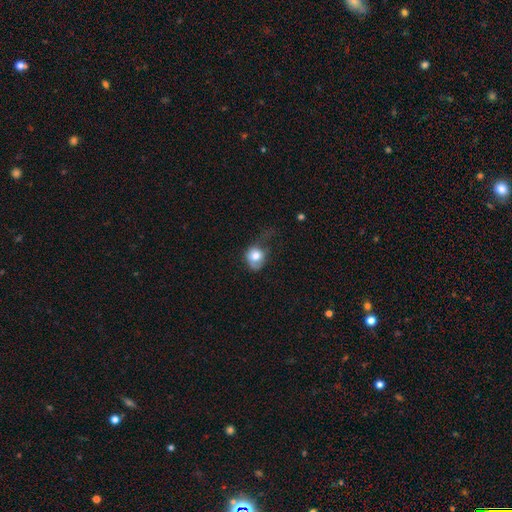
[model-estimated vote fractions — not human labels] Overall: smooth (72%). How rounded: round (64%; in between 35%). Merging: major disturbance (39%; minor disturbance 32%).